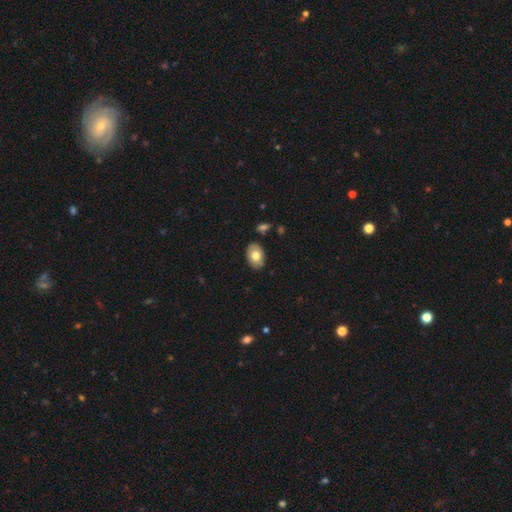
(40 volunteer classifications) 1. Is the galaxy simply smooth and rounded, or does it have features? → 65% smooth, 30% featured or disk, 5% star or artifact.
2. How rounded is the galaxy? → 81% in between, 19% round, 0% cigar-shaped.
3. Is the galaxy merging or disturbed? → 74% none, 11% minor disturbance, 11% major disturbance, 5% merger.